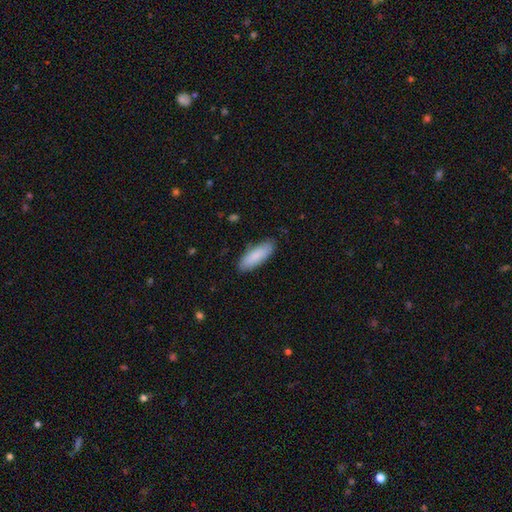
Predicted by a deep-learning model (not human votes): The model was most divided on "how rounded": in between: 64%, cigar-shaped: 35%, round: 1%. More confident: smooth or featured — smooth (87%); merging — none (85%).